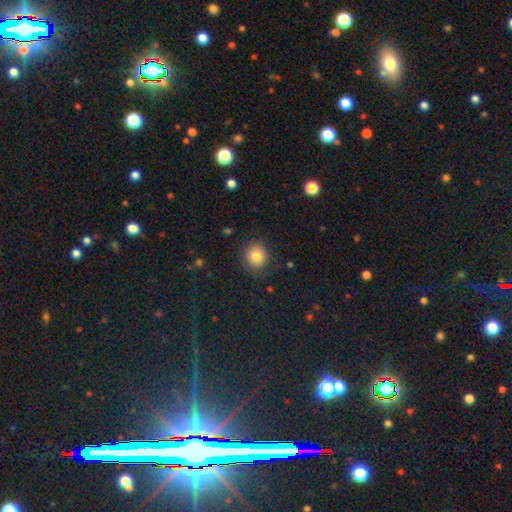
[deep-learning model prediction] A smooth galaxy with no disk features (81%) that is round (85%).

Vote fractions:
- Smooth or featured? smooth: 81% / star or artifact: 11% / featured or disk: 8%
- How rounded? round: 85% / in between: 15% / cigar-shaped: 1%
- Merging? none: 85% / minor disturbance: 10% / major disturbance: 3% / merger: 1%